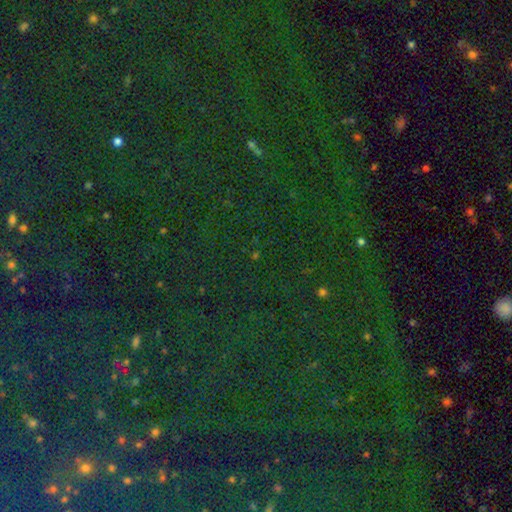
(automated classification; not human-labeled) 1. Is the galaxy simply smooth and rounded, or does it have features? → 74% star or artifact, 19% smooth, 7% featured or disk.